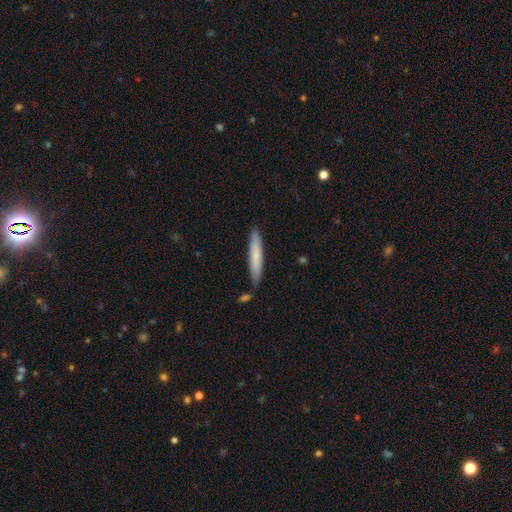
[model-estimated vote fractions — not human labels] Smooth or featured?
  - smooth: 73% *
  - featured or disk: 22%
  - star or artifact: 6%
How rounded?
  - cigar-shaped: 92% *
  - in between: 7%
  - round: 1%
Merging?
  - none: 85% *
  - minor disturbance: 10%
  - merger: 4%
  - major disturbance: 2%